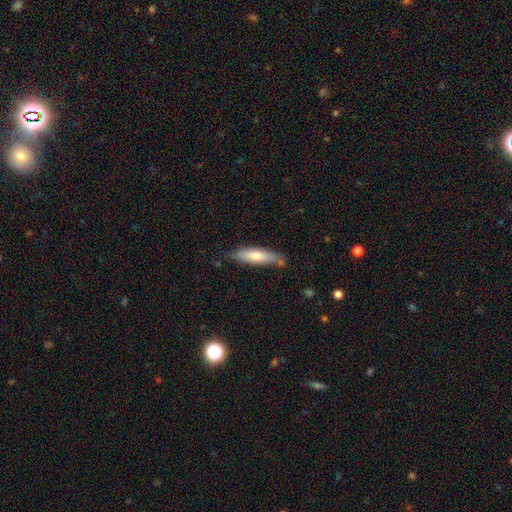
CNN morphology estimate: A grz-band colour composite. It shows a smooth galaxy with no disk features (70%) that is cigar-shaped (64%). Merging: none (66%).